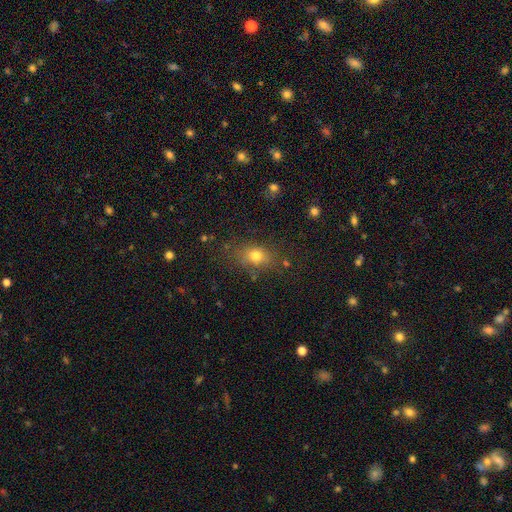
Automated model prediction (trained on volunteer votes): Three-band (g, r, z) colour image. It shows a smooth galaxy with no disk features (76%) that is in between round and cigar-shaped (65%). Merging: none (75%).